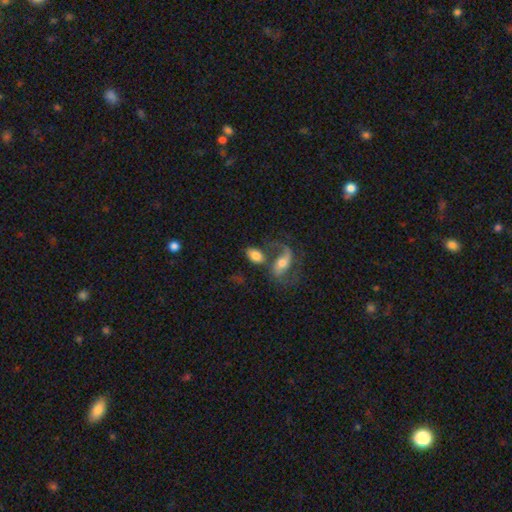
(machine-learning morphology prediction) A smooth galaxy with no disk features (62%) that is in between round and cigar-shaped (89%).

Vote fractions:
- Smooth or featured? smooth: 62% / featured or disk: 30% / star or artifact: 8%
- How rounded? in between: 89% / round: 8% / cigar-shaped: 3%
- Merging? none: 39% / merger: 38% / minor disturbance: 12% / major disturbance: 10%